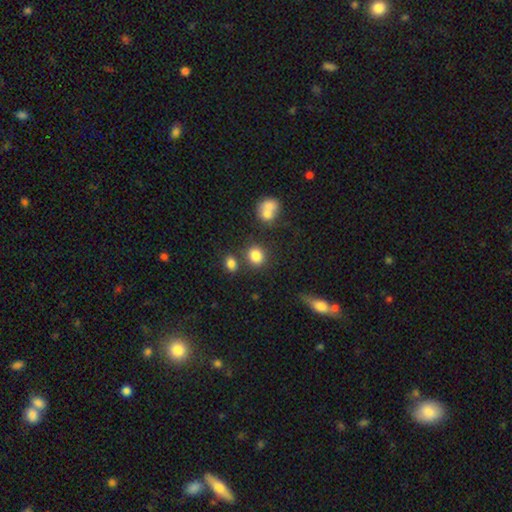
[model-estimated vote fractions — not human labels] Smooth or featured: smooth — 83% (star or artifact — 12%)
How rounded: round — 75% (in between — 24%)
Merging: none — 73% (merger — 13%)